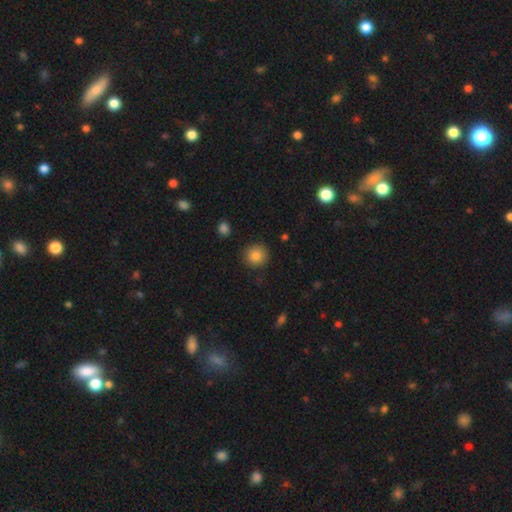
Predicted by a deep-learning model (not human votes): Smooth or featured? Predicted: smooth (p=0.85). How rounded? Predicted: round (p=0.93). Merging? Predicted: none (p=0.89).